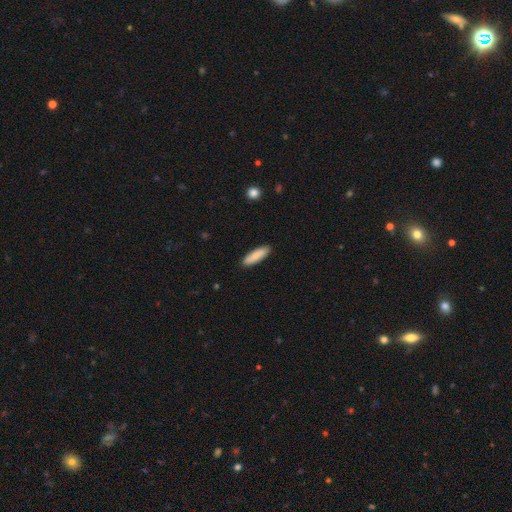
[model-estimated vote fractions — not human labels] Smooth or featured?
  - smooth: 86% *
  - featured or disk: 8%
  - star or artifact: 6%
How rounded?
  - cigar-shaped: 59% *
  - in between: 39%
  - round: 2%
Merging?
  - none: 90% *
  - minor disturbance: 8%
  - major disturbance: 2%
  - merger: 1%